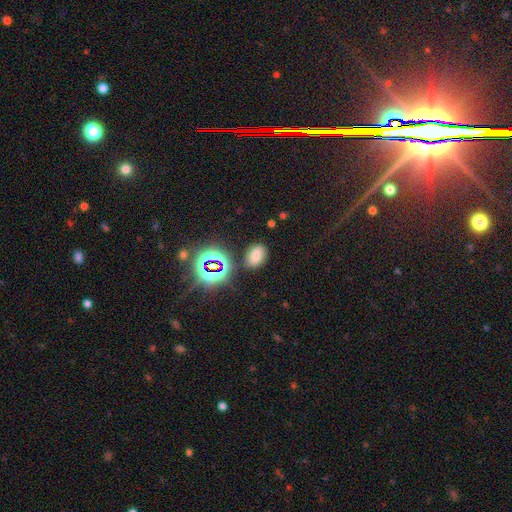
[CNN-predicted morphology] smooth-or-featured: smooth: 61% | star or artifact: 26% | featured or disk: 13%
  how-rounded: in between: 73% | round: 25% | cigar-shaped: 2%
  merging: none: 79% | minor disturbance: 13% | major disturbance: 4% | merger: 4%